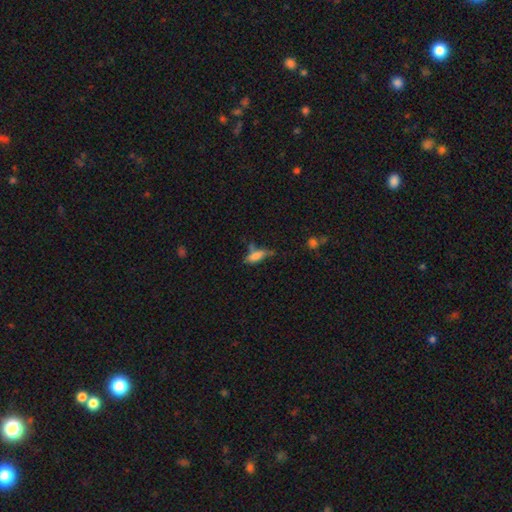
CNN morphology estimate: type=smooth (76%); roundness=in between (61%); merging=none (45%).